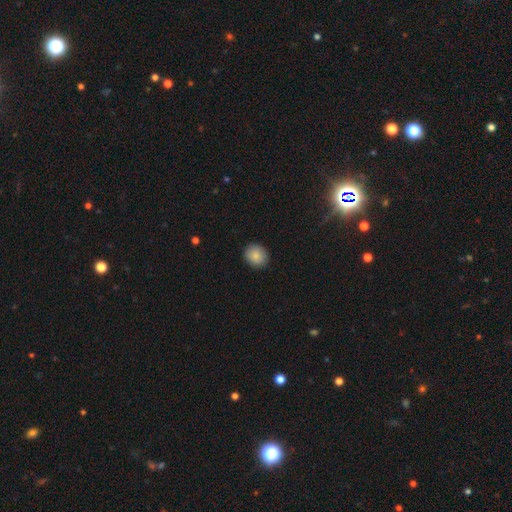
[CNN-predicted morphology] Smooth or featured?
  - smooth: 86% *
  - star or artifact: 8%
  - featured or disk: 6%
How rounded?
  - round: 77% *
  - in between: 22%
  - cigar-shaped: 1%
Merging?
  - none: 90% *
  - minor disturbance: 7%
  - major disturbance: 2%
  - merger: 1%